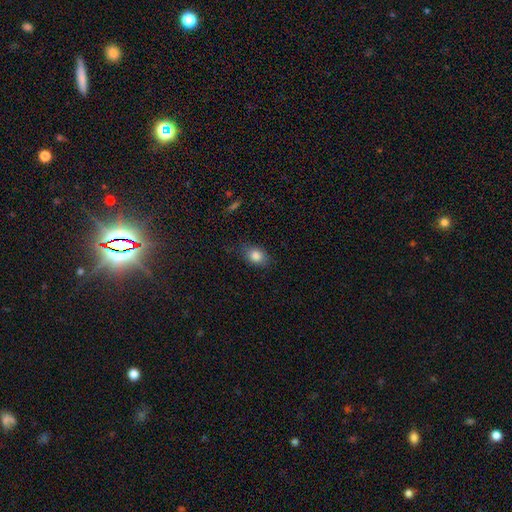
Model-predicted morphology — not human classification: A smooth galaxy with no disk features (83%) that is in between round and cigar-shaped (69%).

Vote fractions:
- Smooth or featured? smooth: 83% / star or artifact: 9% / featured or disk: 7%
- How rounded? in between: 69% / round: 30% / cigar-shaped: 2%
- Merging? none: 78% / minor disturbance: 17% / major disturbance: 4% / merger: 1%